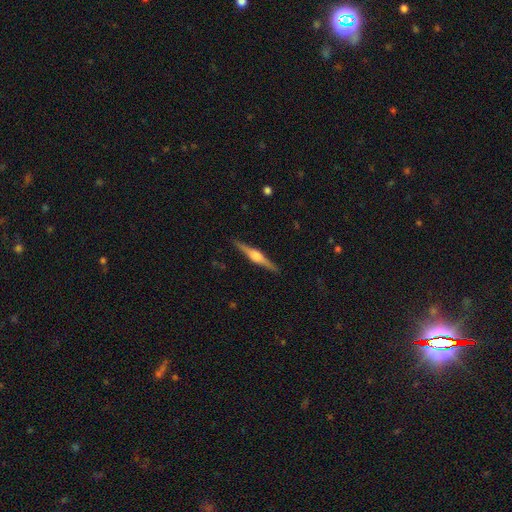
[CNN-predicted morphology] A featured or disk galaxy (79%) viewed edge-on (98%) with a rounded central bulge (86%). Merging: none (91%).